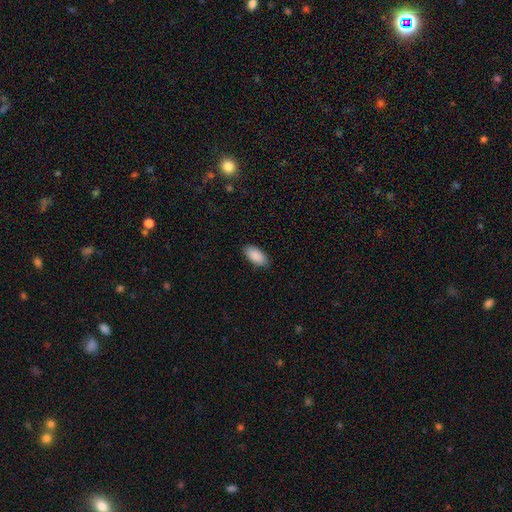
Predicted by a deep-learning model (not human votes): Smooth or featured: smooth — 91% (star or artifact — 6%)
How rounded: in between — 94% (cigar-shaped — 4%)
Merging: none — 87% (minor disturbance — 10%)